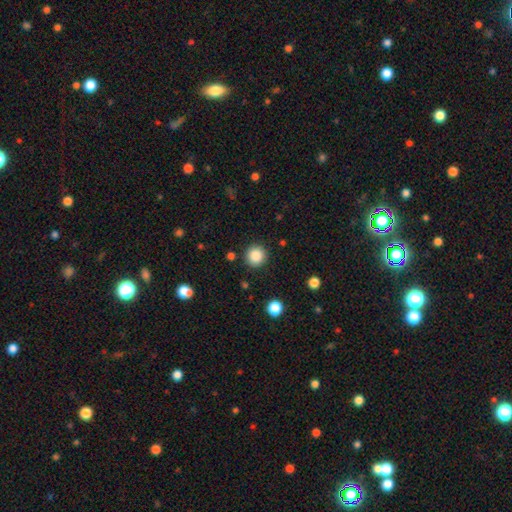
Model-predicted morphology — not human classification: The model was most divided on "smooth or featured": smooth: 86%, star or artifact: 10%, featured or disk: 4%. More confident: how rounded — round (93%); merging — none (89%).